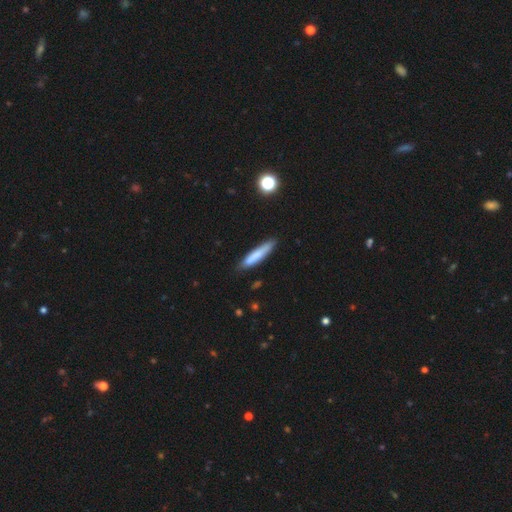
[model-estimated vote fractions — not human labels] Q: Smooth or featured?
A: smooth (77%); runner-up: featured or disk (16%)
Q: How rounded?
A: cigar-shaped (88%); runner-up: in between (10%)
Q: Merging?
A: none (80%); runner-up: minor disturbance (15%)